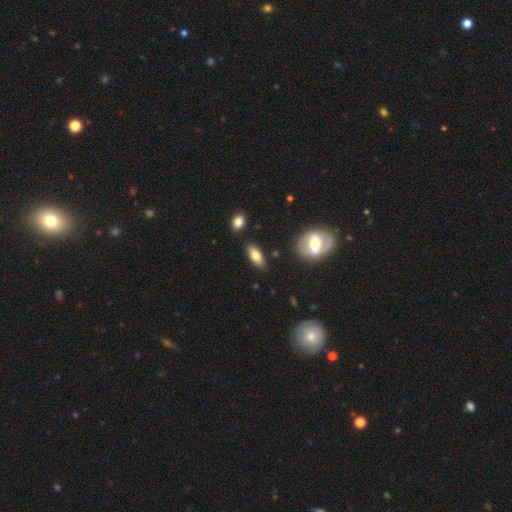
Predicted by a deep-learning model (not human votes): A smooth galaxy with no disk features (73%) that is in between round and cigar-shaped (80%).

Vote fractions:
- Smooth or featured? smooth: 73% / featured or disk: 20% / star or artifact: 7%
- How rounded? in between: 80% / cigar-shaped: 16% / round: 4%
- Merging? none: 83% / minor disturbance: 11% / merger: 3% / major disturbance: 3%